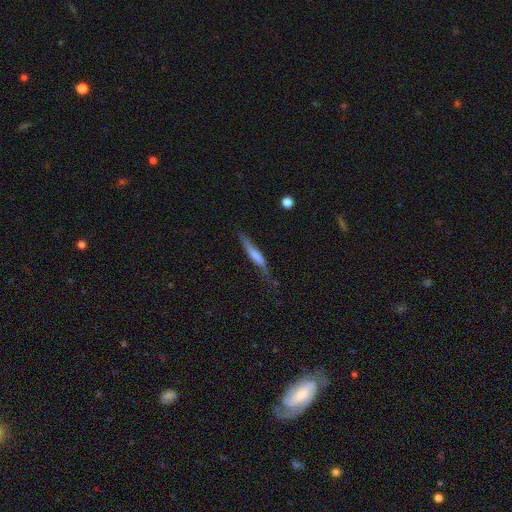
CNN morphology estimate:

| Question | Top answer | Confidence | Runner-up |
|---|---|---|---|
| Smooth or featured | smooth | 54% | featured or disk (40%) |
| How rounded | cigar-shaped | 90% | in between (8%) |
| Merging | none | 60% | minor disturbance (28%) |